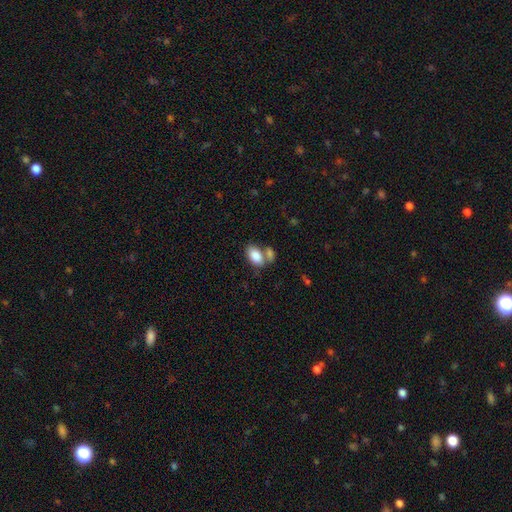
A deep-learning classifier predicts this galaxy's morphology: Smooth or featured? smooth (85%)
How rounded? in between (92%)
Merging? none (46%)